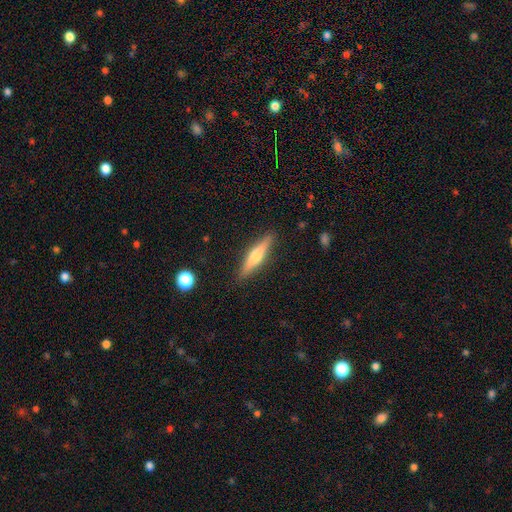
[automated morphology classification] Smooth or featured? featured or disk (51%)
Edge-on disk? yes (95%)
Merging? none (89%)